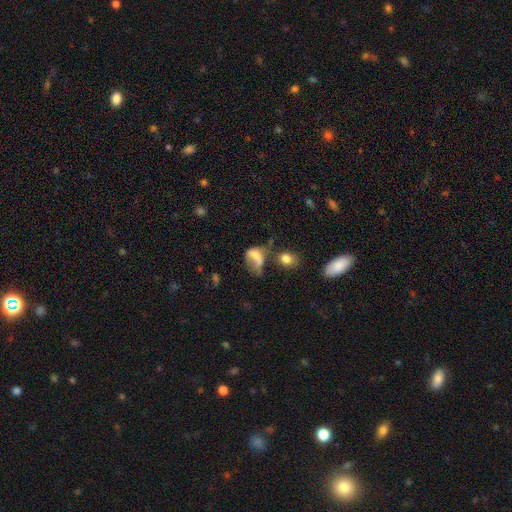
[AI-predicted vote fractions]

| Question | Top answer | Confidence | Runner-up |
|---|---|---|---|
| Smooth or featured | smooth | 58% | featured or disk (29%) |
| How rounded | in between | 74% | round (24%) |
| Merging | major disturbance | 33% | merger (32%) |